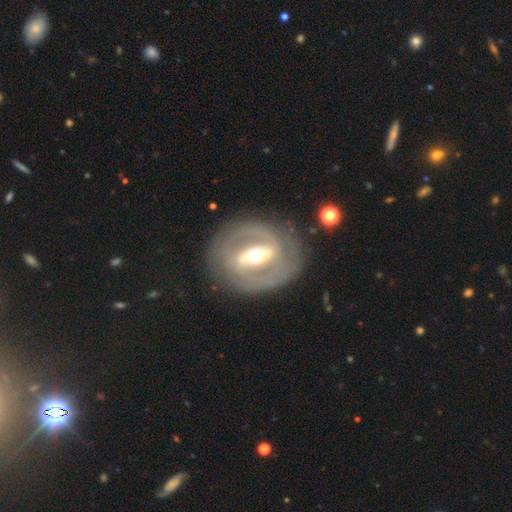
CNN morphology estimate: smooth_or_featured: featured or disk (p=0.83) [alt: smooth p=0.11]
disk_edge_on: no (p=0.93) [alt: yes p=0.07]
bar: strong (p=0.67) [alt: weak p=0.24]
has_spiral_arms: yes (p=0.74) [alt: no p=0.26]
spiral_winding: tight (p=0.44) [alt: medium p=0.40]
spiral_arm_count: 2 (p=0.81) [alt: can't tell p=0.10]
bulge_size: moderate (p=0.67) [alt: small p=0.15]
merging: none (p=0.80) [alt: minor disturbance p=0.11]